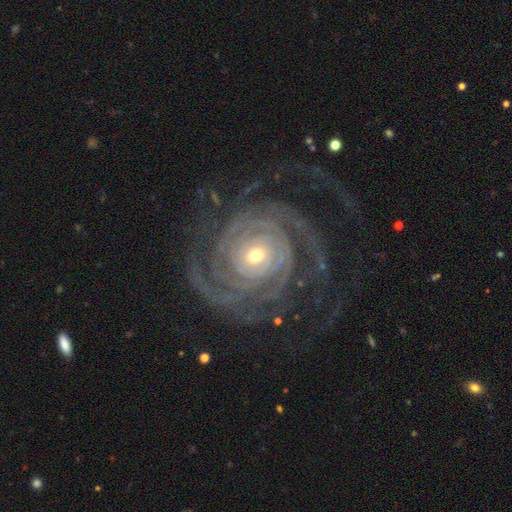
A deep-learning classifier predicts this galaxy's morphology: type=featured or disk (92%); edge-on=no (97%); bar=no (67%); spiral arms=yes (98%); winding=tight (78%); arm count=2 (30%); bulge=small (57%); merging=none (69%).